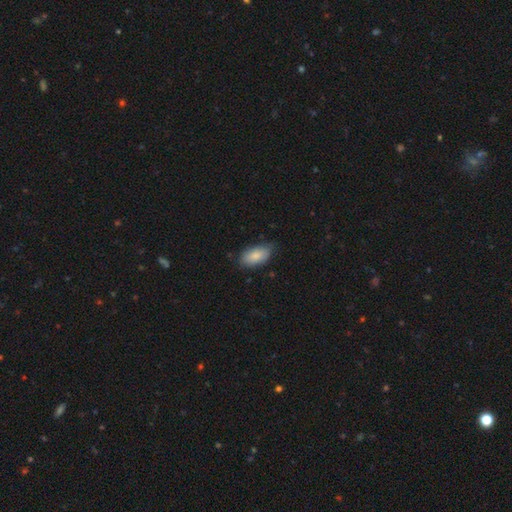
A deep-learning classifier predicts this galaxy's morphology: Q: Smooth or featured?
A: smooth (85%); runner-up: featured or disk (9%)
Q: How rounded?
A: in between (93%); runner-up: cigar-shaped (4%)
Q: Merging?
A: none (73%); runner-up: minor disturbance (23%)